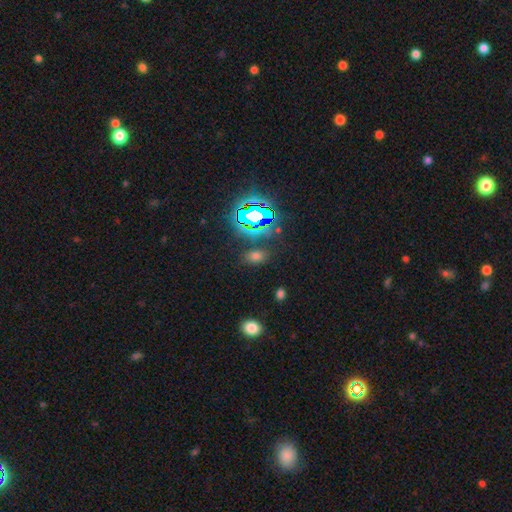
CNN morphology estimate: Smooth or featured? smooth (55%)
How rounded? in between (81%)
Merging? none (80%)